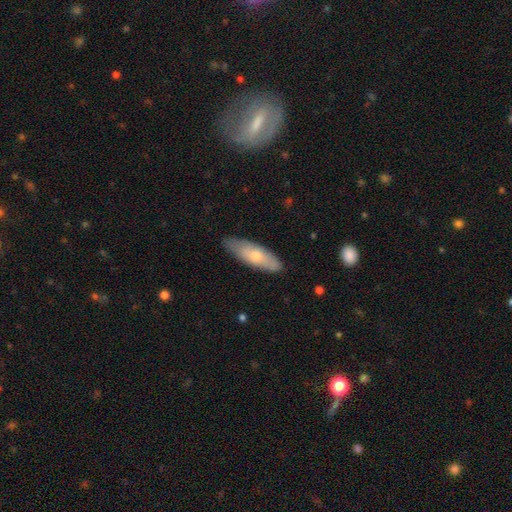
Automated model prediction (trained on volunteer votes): smooth_or_featured: smooth (p=0.67) [alt: featured or disk p=0.28]
how_rounded: in between (p=0.56) [alt: cigar-shaped p=0.42]
merging: none (p=0.79) [alt: minor disturbance p=0.17]